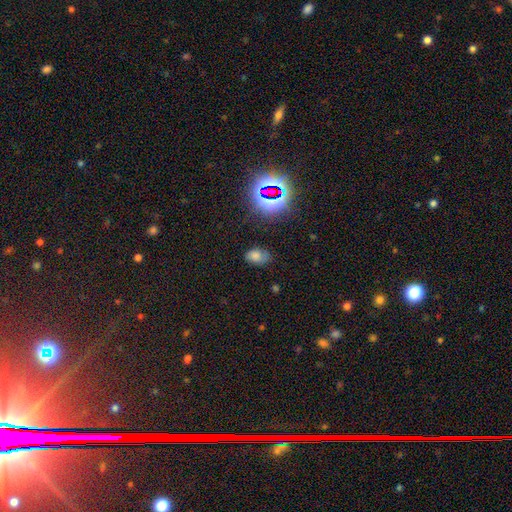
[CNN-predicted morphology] smooth-or-featured: smooth: 60% | star or artifact: 30% | featured or disk: 10%
  how-rounded: in between: 84% | round: 14% | cigar-shaped: 2%
  merging: none: 70% | minor disturbance: 21% | major disturbance: 7% | merger: 2%